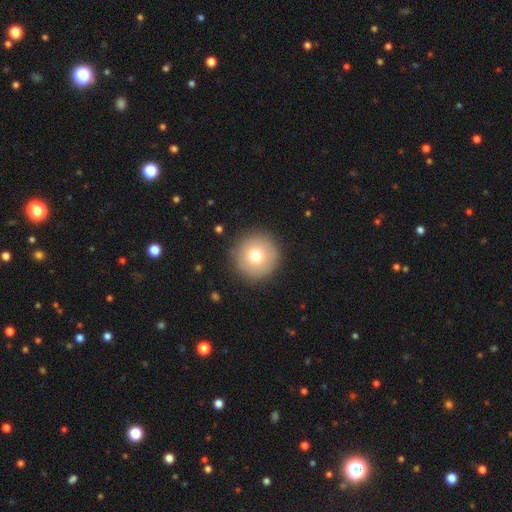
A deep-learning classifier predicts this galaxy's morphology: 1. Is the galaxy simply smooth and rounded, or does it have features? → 75% smooth, 14% featured or disk, 11% star or artifact.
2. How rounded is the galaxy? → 96% round, 3% in between, 1% cigar-shaped.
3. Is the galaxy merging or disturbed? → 90% none, 6% minor disturbance, 2% major disturbance, 1% merger.